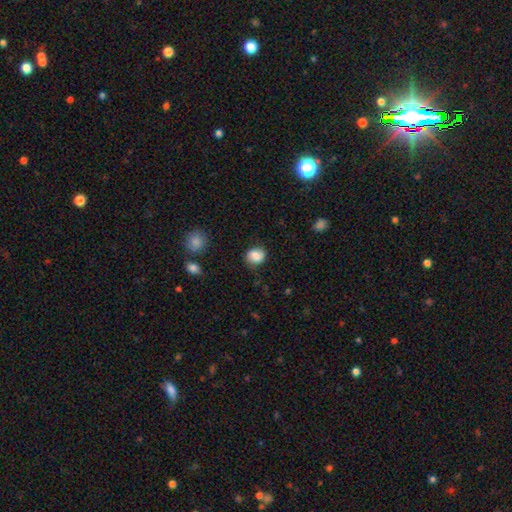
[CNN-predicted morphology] Smooth or featured?
  - smooth: 76% *
  - featured or disk: 15%
  - star or artifact: 9%
How rounded?
  - round: 77% *
  - in between: 23%
  - cigar-shaped: 1%
Merging?
  - none: 81% *
  - minor disturbance: 14%
  - major disturbance: 4%
  - merger: 1%